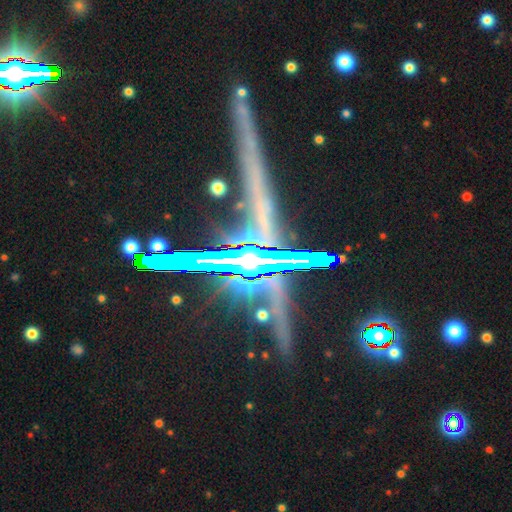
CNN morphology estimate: smooth_or_featured: featured or disk (p=0.45) [alt: star or artifact p=0.44]
merging: none (p=0.84) [alt: minor disturbance p=0.09]